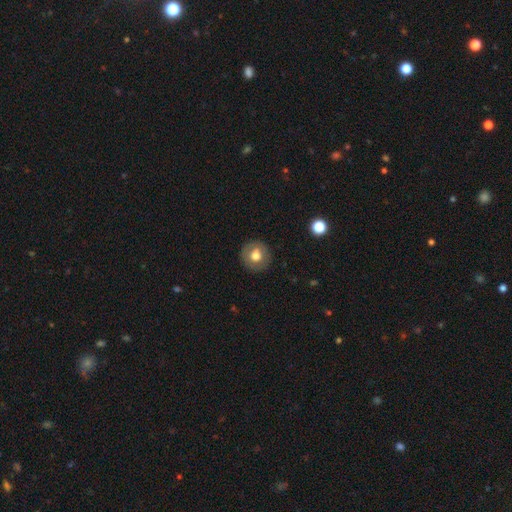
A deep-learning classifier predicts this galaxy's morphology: This is likely a smooth galaxy (67%). How rounded: clearly round (93%). Merging: clearly none (89%).